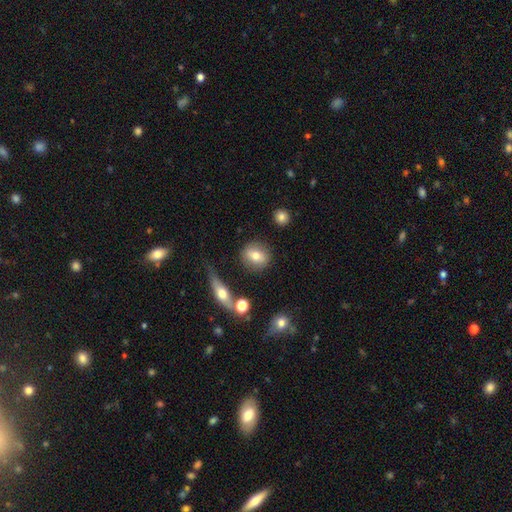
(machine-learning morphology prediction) This is likely a smooth galaxy (70%). How rounded: likely round (72%). Merging: clearly none (81%).